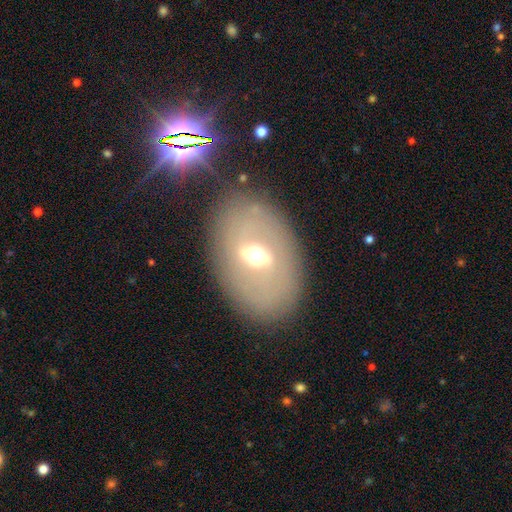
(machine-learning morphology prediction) Smooth or featured? featured or disk (59%)
Edge-on disk? no (87%)
Bar? weak (46%)
Spiral arms? no (74%)
Bulge size? moderate (66%)
Merging? none (78%)